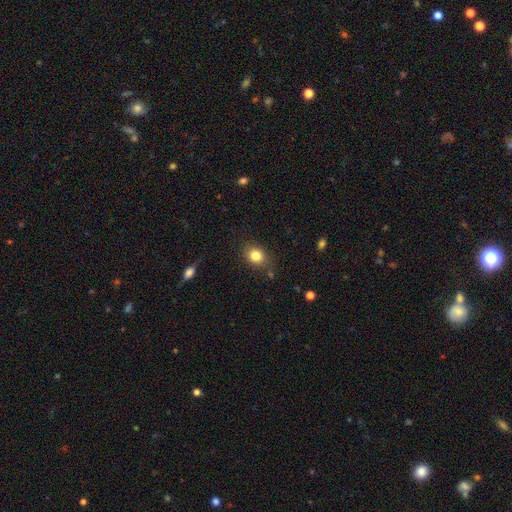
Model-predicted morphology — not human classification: A smooth galaxy with no disk features (83%) that is round (60%).

Vote fractions:
- Smooth or featured? smooth: 83% / star or artifact: 11% / featured or disk: 7%
- How rounded? round: 60% / in between: 39% / cigar-shaped: 1%
- Merging? none: 81% / minor disturbance: 13% / major disturbance: 3% / merger: 2%